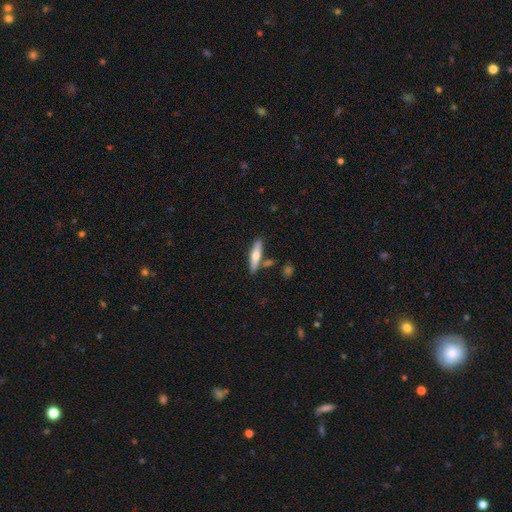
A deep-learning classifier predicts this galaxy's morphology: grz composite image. It shows a smooth galaxy with no disk features (53%) that is cigar-shaped (81%). Merging: none (78%).